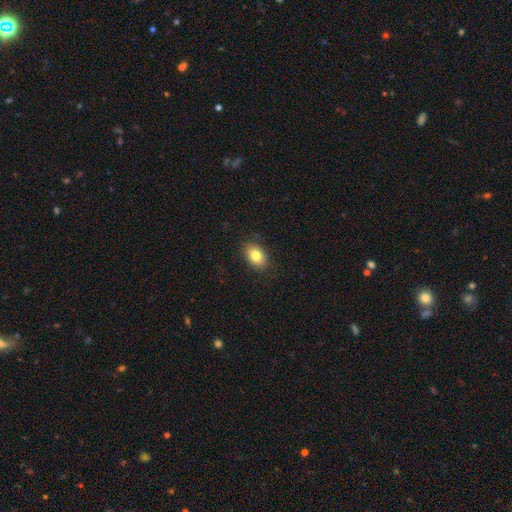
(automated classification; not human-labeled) Smooth or featured: smooth — 81% (featured or disk — 10%)
How rounded: in between — 84% (round — 15%)
Merging: none — 88% (minor disturbance — 9%)